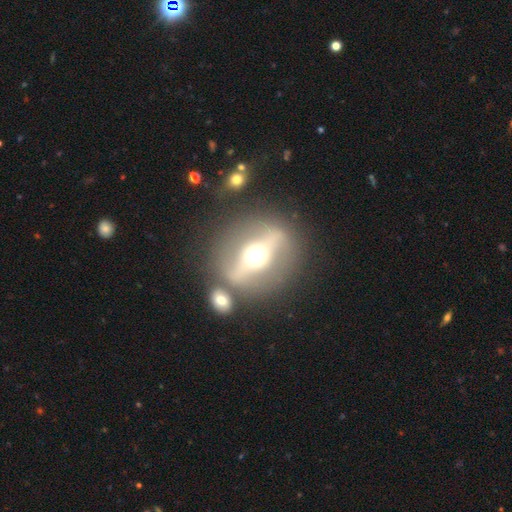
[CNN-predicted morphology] type=featured or disk (73%); edge-on=no (64%); merging=none (73%).